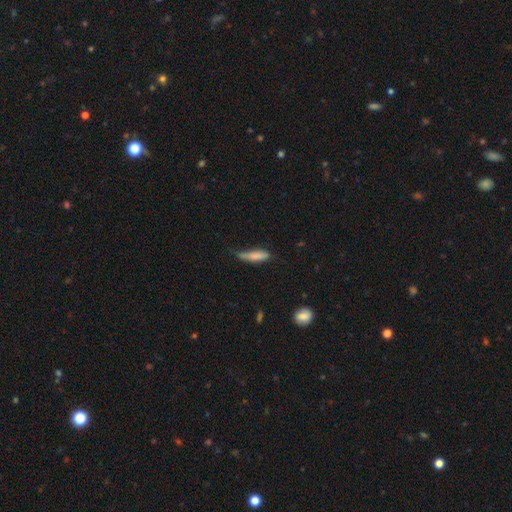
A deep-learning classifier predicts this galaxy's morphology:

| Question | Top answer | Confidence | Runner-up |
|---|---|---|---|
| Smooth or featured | smooth | 80% | featured or disk (13%) |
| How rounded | cigar-shaped | 71% | in between (27%) |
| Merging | minor disturbance | 42% | none (41%) |